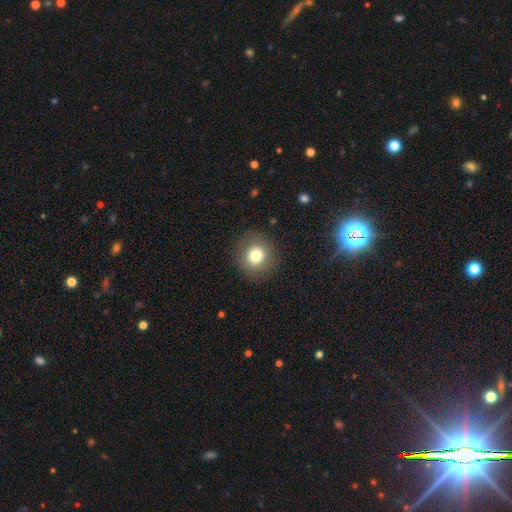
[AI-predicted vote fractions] This is likely a smooth galaxy (78%). How rounded: clearly round (87%). Merging: clearly none (88%).